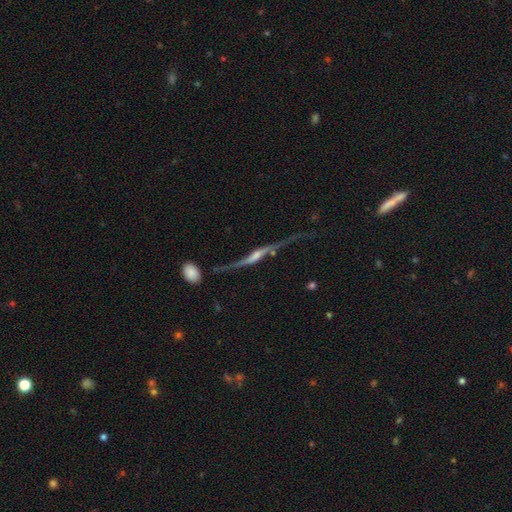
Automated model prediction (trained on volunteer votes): Morphology: type=featured or disk (82%); edge-on=yes (64%); edge-on bulge=rounded (56%); merging=none (43%).